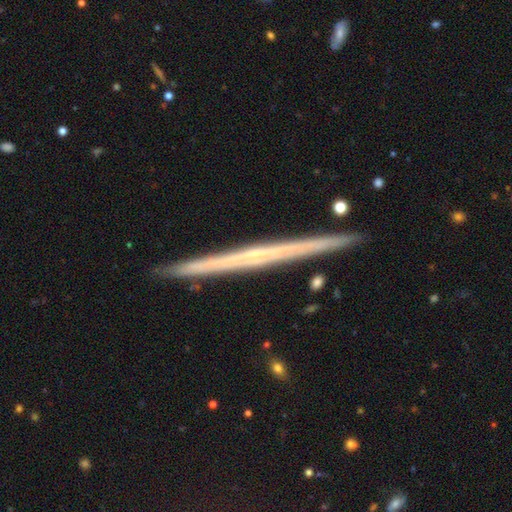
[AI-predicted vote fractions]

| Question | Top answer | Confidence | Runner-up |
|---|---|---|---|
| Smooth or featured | featured or disk | 73% | smooth (20%) |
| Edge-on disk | yes | 98% | no (2%) |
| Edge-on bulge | none | 79% | rounded (18%) |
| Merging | none | 91% | minor disturbance (7%) |